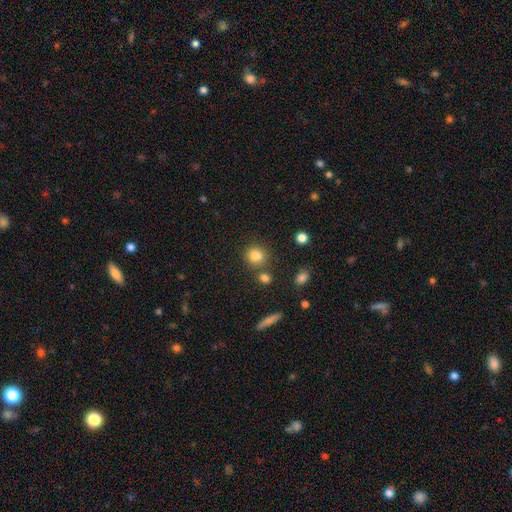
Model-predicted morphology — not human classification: Smooth or featured? smooth (82%)
How rounded? round (75%)
Merging? none (71%)